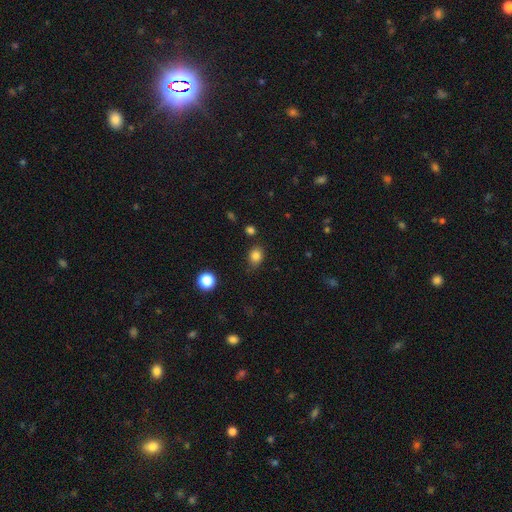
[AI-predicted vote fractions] This appears to be a smooth galaxy with no disk features (83%) that is in between round and cigar-shaped (50%). Merging: none (75%).